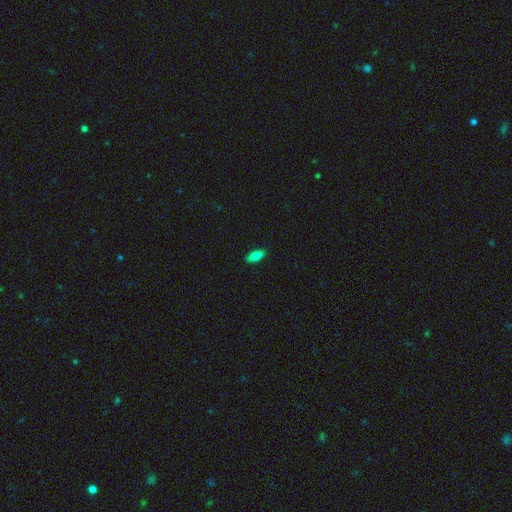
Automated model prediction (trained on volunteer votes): The model was most divided on "how rounded": in between: 81%, cigar-shaped: 16%, round: 2%. More confident: merging — none (90%); smooth or featured — smooth (80%).